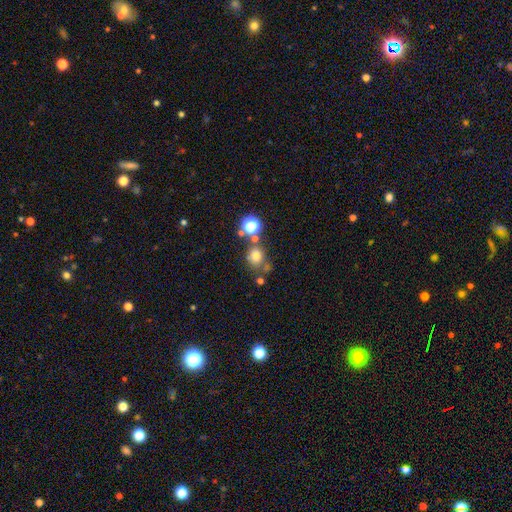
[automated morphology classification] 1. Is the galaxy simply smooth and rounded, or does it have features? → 70% smooth, 19% star or artifact, 11% featured or disk.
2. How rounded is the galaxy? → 73% round, 26% in between, 1% cigar-shaped.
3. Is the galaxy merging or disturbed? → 64% none, 17% merger, 13% minor disturbance, 6% major disturbance.